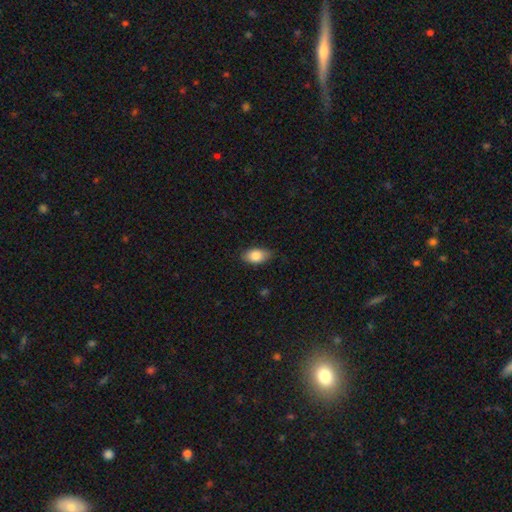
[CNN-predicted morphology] This is clearly a smooth galaxy (84%). How rounded: clearly in between (91%). Merging: likely none (78%).